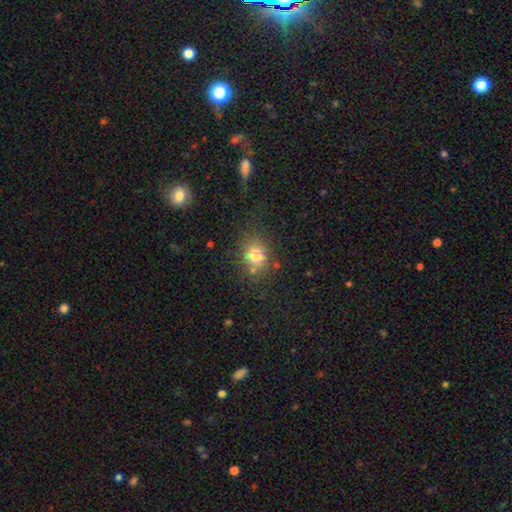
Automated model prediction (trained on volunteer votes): This is likely a smooth galaxy (75%). How rounded: likely round (62%). Merging: likely none (72%).